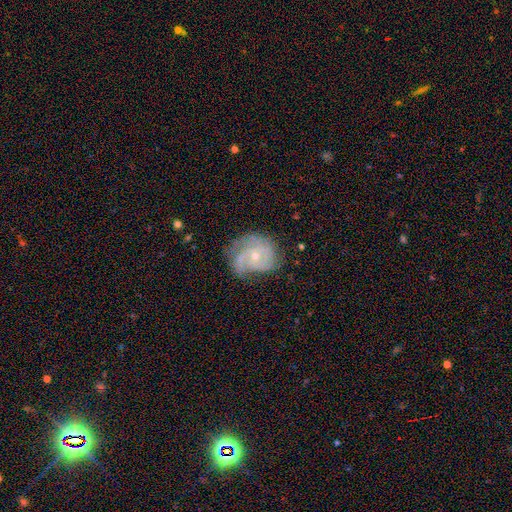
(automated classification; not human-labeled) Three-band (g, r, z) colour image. It shows a featured or disk galaxy (83%) with no bar (73%), 3 (41%) tight (49%) spiral arms (96%) and a small central bulge (65%). Merging: none (59%).